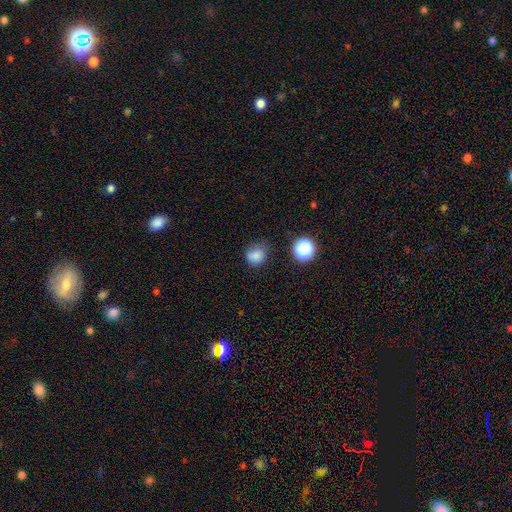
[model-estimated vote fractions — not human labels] This is likely a smooth galaxy (80%). How rounded: likely round (72%). Merging: likely none (60%).